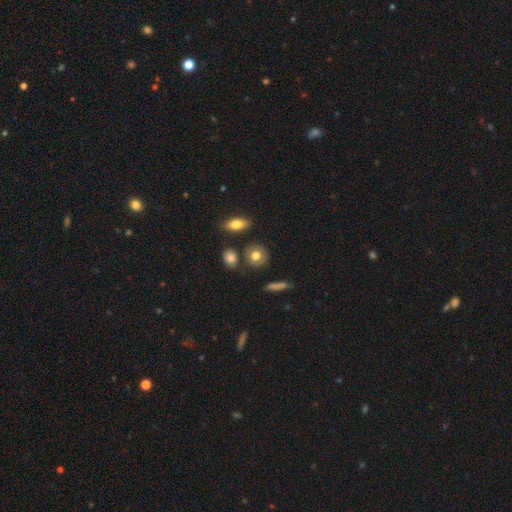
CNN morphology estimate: smooth_or_featured: smooth (p=0.77) [alt: featured or disk p=0.14]
how_rounded: round (p=0.77) [alt: in between p=0.21]
merging: none (p=0.79) [alt: minor disturbance p=0.10]